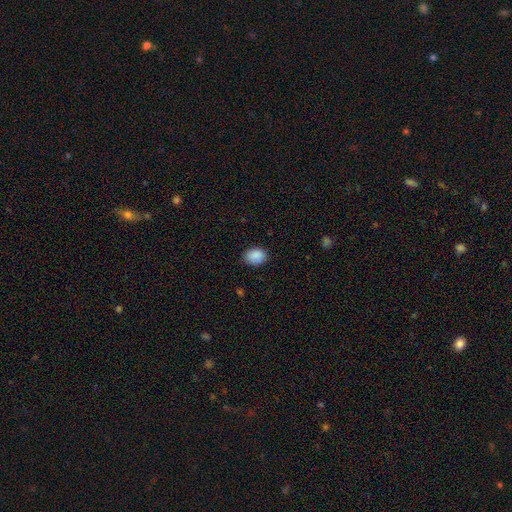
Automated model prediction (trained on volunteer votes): The model was most divided on "how rounded": in between: 62%, round: 37%, cigar-shaped: 1%. More confident: smooth or featured — smooth (89%); merging — none (83%).